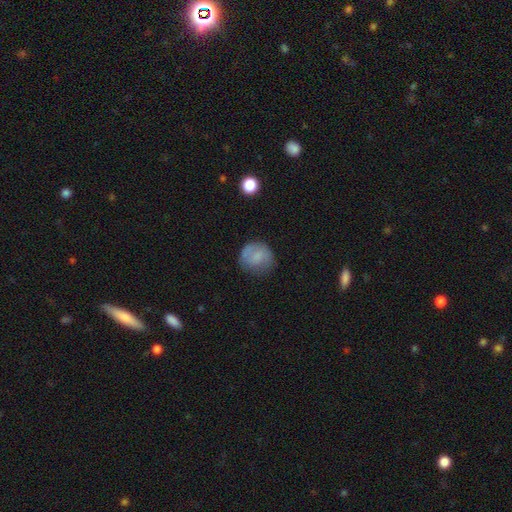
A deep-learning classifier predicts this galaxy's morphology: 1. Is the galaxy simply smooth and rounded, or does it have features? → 71% smooth, 20% featured or disk, 9% star or artifact.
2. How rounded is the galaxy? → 77% round, 22% in between, 1% cigar-shaped.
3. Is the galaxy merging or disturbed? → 64% none, 24% minor disturbance, 10% major disturbance, 2% merger.